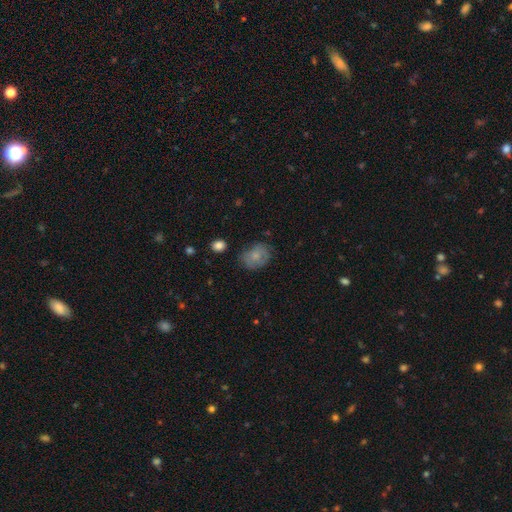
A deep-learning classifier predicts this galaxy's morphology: smooth 66%, featured or disk 26%, star or artifact 8%. Down the decision tree: how rounded — in between (59%); merging — none (64%).